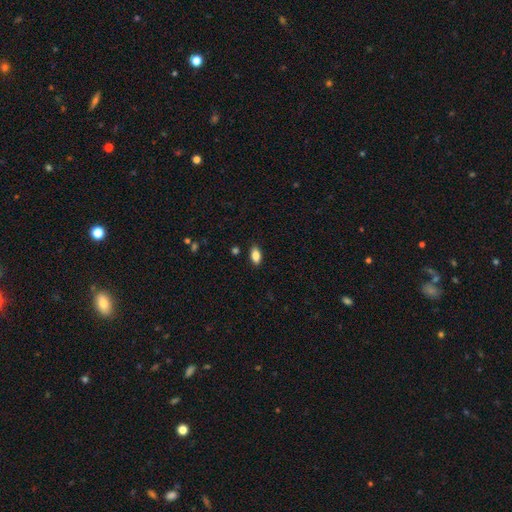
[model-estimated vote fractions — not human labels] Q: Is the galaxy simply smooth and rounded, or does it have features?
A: smooth — 85%.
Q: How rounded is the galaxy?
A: in between — 91%.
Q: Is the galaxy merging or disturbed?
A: none — 88%.